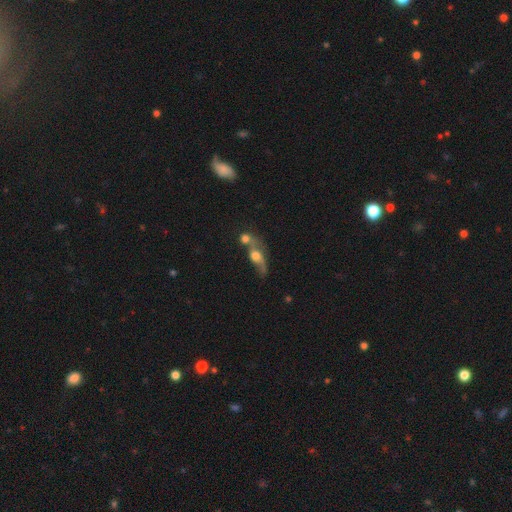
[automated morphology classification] type=featured or disk (47%); merging=merger (54%).